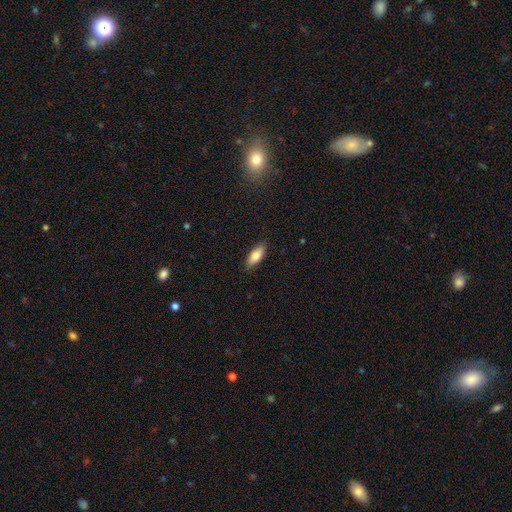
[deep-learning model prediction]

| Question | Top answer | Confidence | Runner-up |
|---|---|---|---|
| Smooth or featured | smooth | 79% | featured or disk (14%) |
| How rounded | in between | 77% | cigar-shaped (21%) |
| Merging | none | 85% | minor disturbance (11%) |